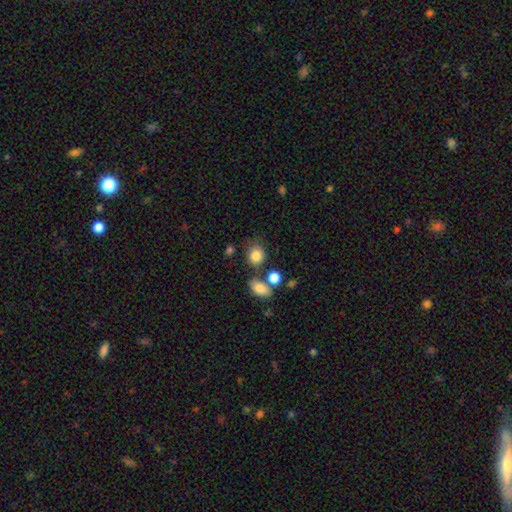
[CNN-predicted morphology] Overall: smooth (84%). How rounded: round (61%; in between 38%). Merging: none (63%).